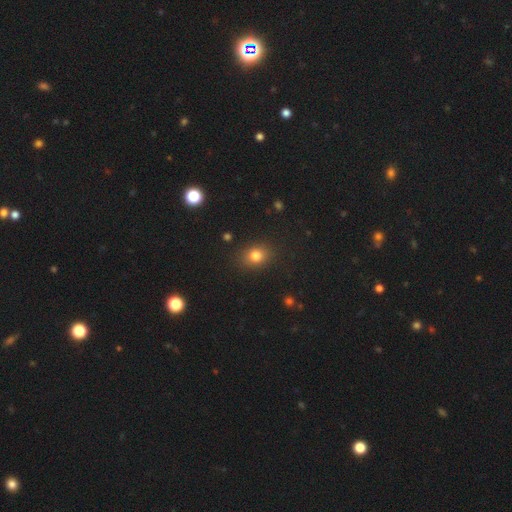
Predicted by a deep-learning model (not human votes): Overall: smooth (79%). How rounded: round (54%; in between 45%). Merging: none (86%).